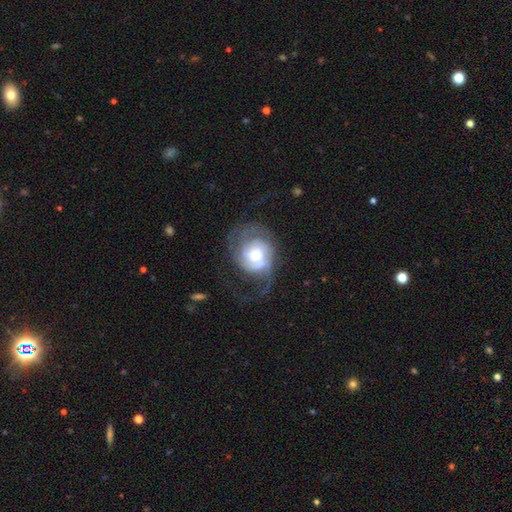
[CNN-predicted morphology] Overall: featured or disk (74%). Edge-on disk: no (98%). Bar: no (70%). Spiral arms: yes (88%). Spiral arm count: 2 (37%; can't tell 27%). Spiral winding: tight (40%; medium 37%). Bulge size: moderate (50%; large 25%). Merging: none (42%; major disturbance 37%).